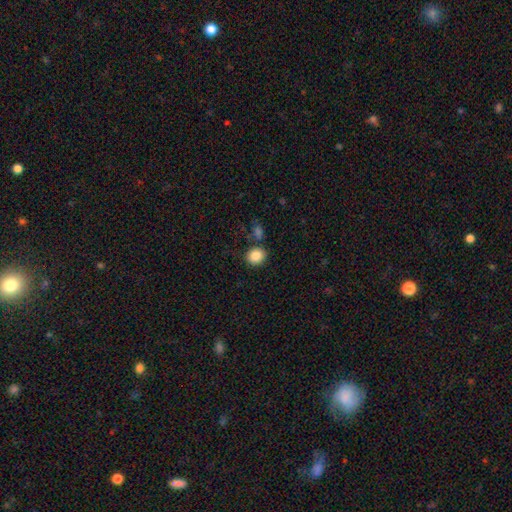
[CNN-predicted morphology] Smooth or featured? Predicted: smooth (p=0.87). How rounded? Predicted: round (p=0.77). Merging? Predicted: none (p=0.80).